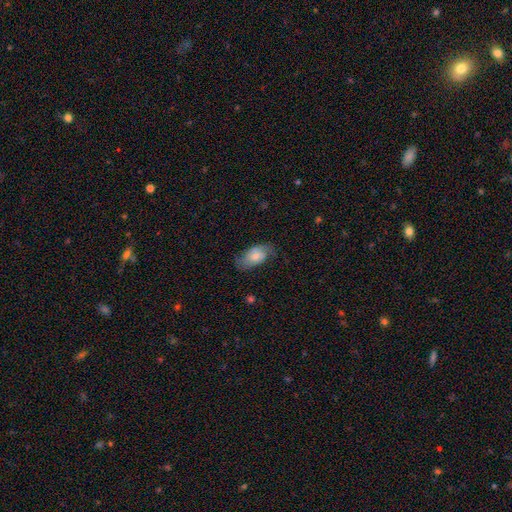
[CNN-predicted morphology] Smooth or featured? smooth (55%)
How rounded? in between (92%)
Merging? none (62%)